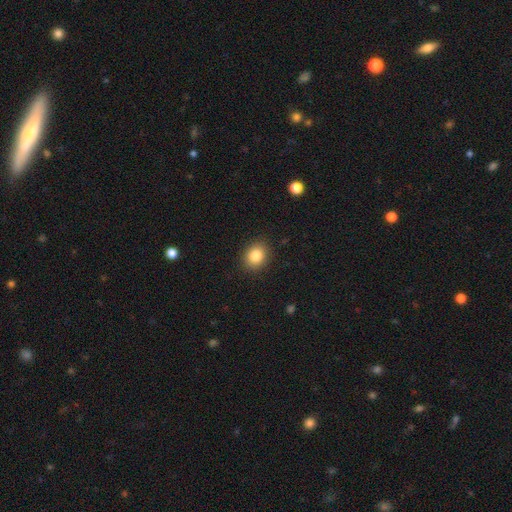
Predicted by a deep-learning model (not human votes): A smooth galaxy with no disk features (84%) that is round (56%). Merging: none (89%).